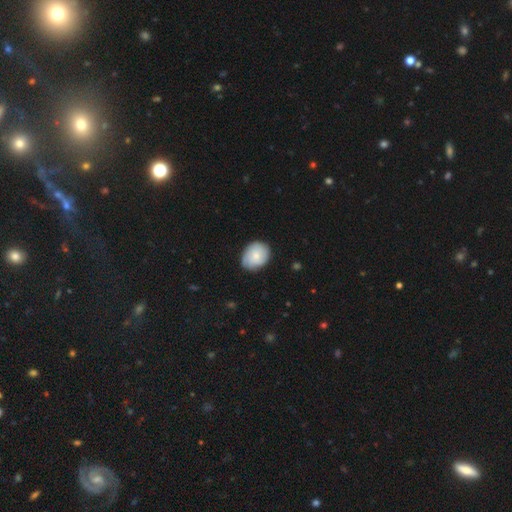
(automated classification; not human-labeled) A smooth galaxy with no disk features (57%) that is round (50%).

Vote fractions:
- Smooth or featured? smooth: 57% / featured or disk: 36% / star or artifact: 6%
- How rounded? round: 50% / in between: 49% / cigar-shaped: 1%
- Merging? none: 75% / minor disturbance: 20% / major disturbance: 4% / merger: 1%